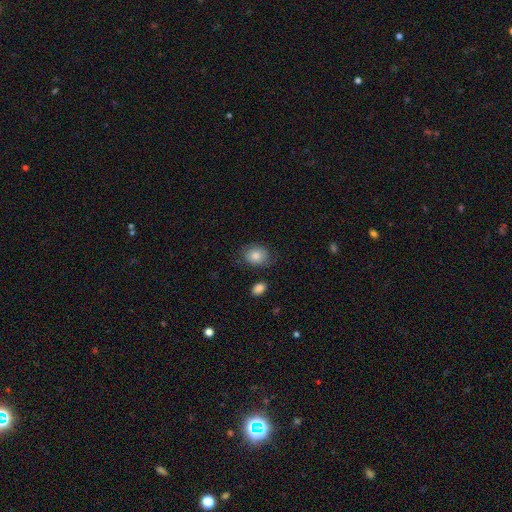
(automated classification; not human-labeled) Smooth or featured? Predicted: smooth (p=0.80). How rounded? Predicted: round (p=0.53). Merging? Predicted: none (p=0.75).